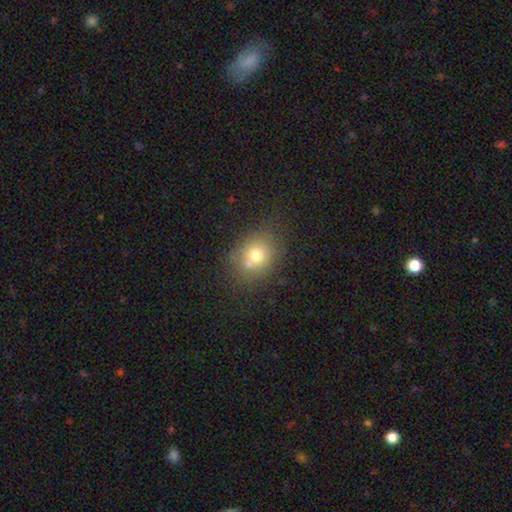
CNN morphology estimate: smooth_or_featured: smooth (p=0.70) [alt: featured or disk p=0.17]
how_rounded: round (p=0.58) [alt: in between p=0.41]
merging: none (p=0.57) [alt: merger p=0.24]